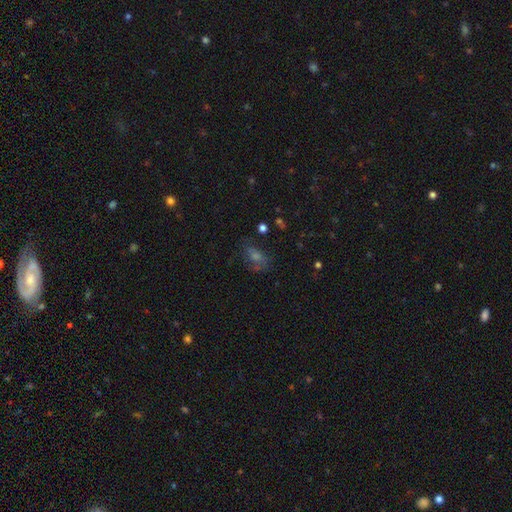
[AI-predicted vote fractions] smooth-or-featured: smooth: 37% | featured or disk: 34% | star or artifact: 29%
  merging: none: 63% | minor disturbance: 20% | major disturbance: 14% | merger: 3%